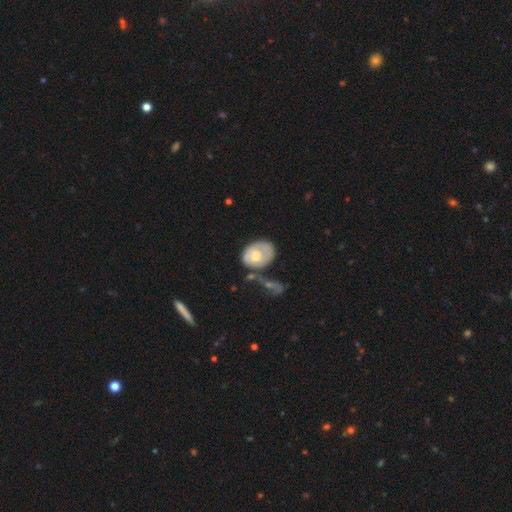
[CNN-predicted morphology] Smooth or featured? smooth (50%)
Merging? none (39%)